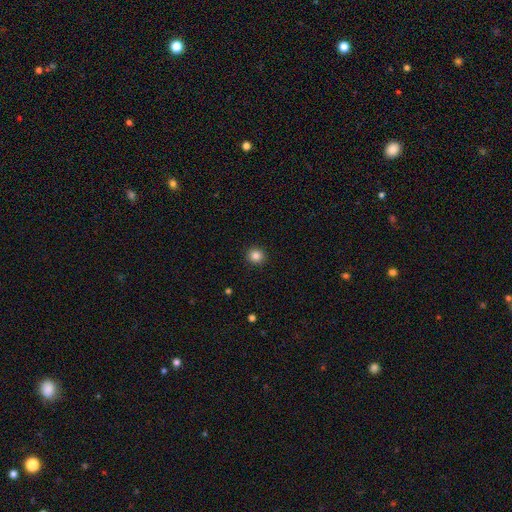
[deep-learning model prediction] smooth_or_featured: smooth (p=0.85) [alt: star or artifact p=0.11]
how_rounded: round (p=0.92) [alt: in between p=0.07]
merging: none (p=0.93) [alt: minor disturbance p=0.05]